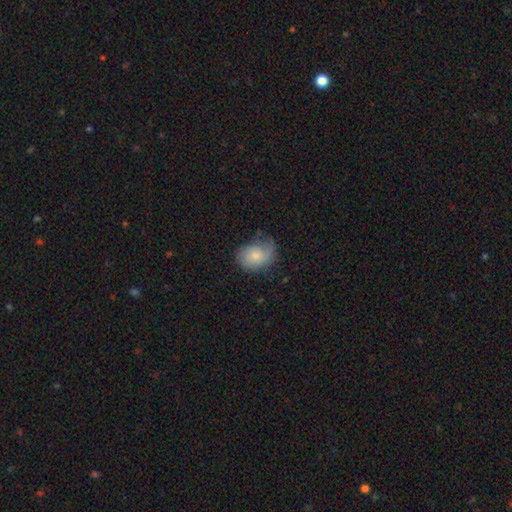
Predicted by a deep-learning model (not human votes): Q: Smooth or featured?
A: smooth (72%); runner-up: featured or disk (20%)
Q: How rounded?
A: in between (67%); runner-up: round (32%)
Q: Merging?
A: none (52%); runner-up: minor disturbance (33%)